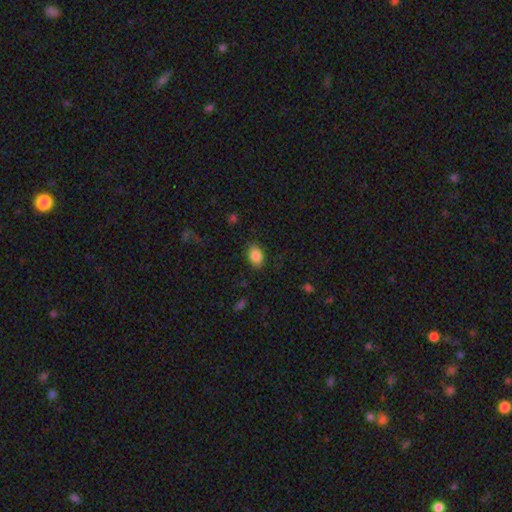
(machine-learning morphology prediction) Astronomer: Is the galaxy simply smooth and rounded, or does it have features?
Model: smooth — 86%.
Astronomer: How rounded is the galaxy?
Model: in between — 85%.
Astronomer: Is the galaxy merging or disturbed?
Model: none — 84%.